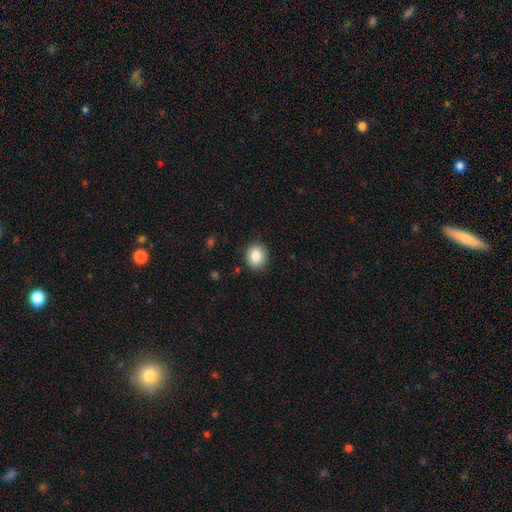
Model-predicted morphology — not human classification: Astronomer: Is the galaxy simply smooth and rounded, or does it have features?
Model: smooth — 86%.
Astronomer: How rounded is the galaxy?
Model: round — 73%.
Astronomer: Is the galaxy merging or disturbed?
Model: none — 89%.